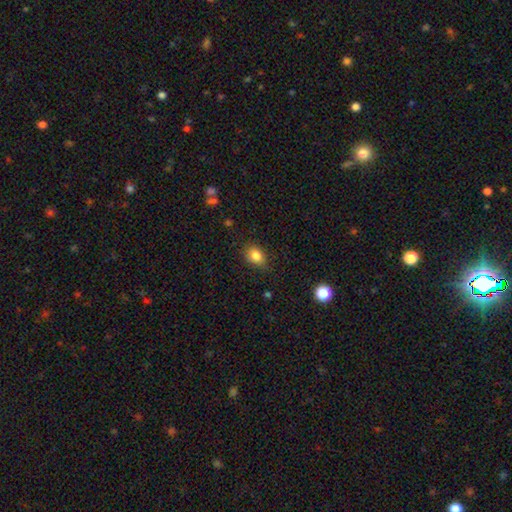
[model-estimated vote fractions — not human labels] Smooth or featured? smooth (85%)
How rounded? in between (69%)
Merging? none (80%)